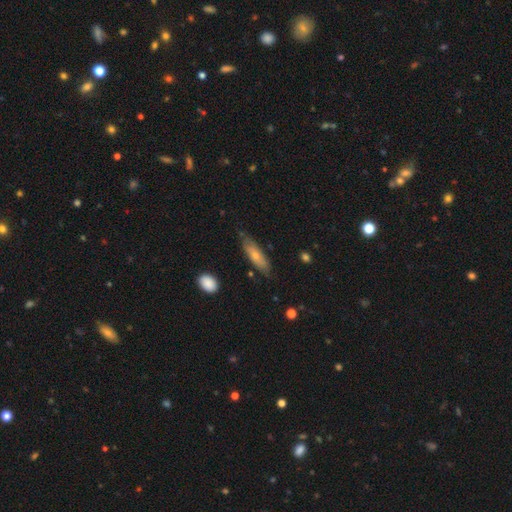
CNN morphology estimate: Smooth or featured? smooth (65%)
How rounded? cigar-shaped (51%)
Merging? none (70%)